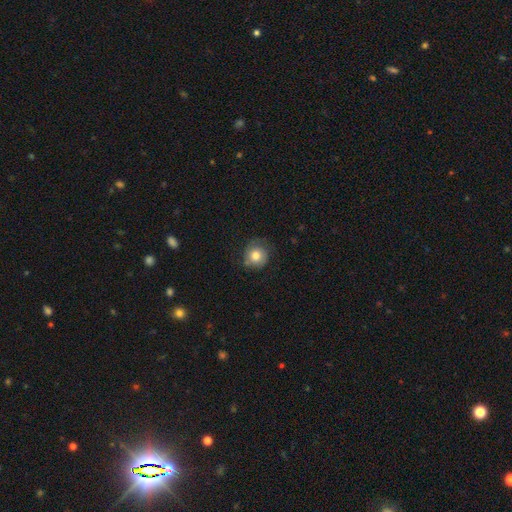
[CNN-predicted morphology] Q: Smooth or featured?
A: smooth (78%); runner-up: featured or disk (13%)
Q: How rounded?
A: round (89%); runner-up: in between (10%)
Q: Merging?
A: none (71%); runner-up: minor disturbance (21%)